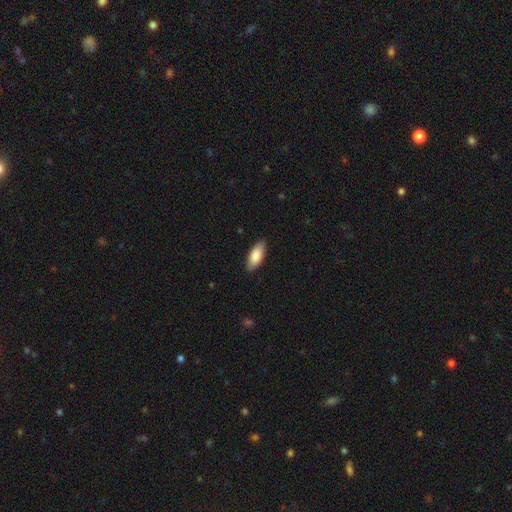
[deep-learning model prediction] smooth_or_featured: smooth (p=0.86) [alt: featured or disk p=0.09]
how_rounded: in between (p=0.85) [alt: cigar-shaped p=0.14]
merging: none (p=0.87) [alt: minor disturbance p=0.10]